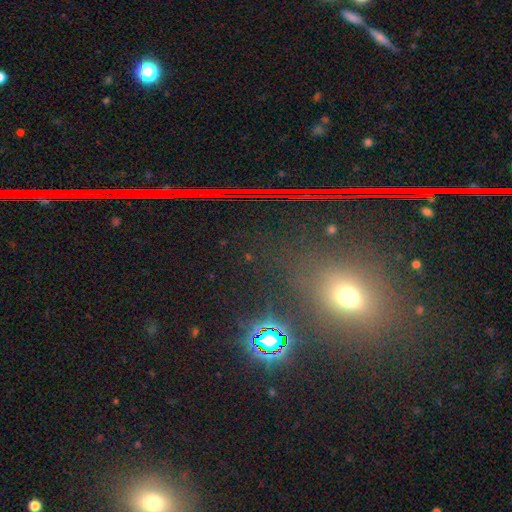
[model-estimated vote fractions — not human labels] smooth_or_featured: star or artifact (p=0.59) [alt: smooth p=0.29]